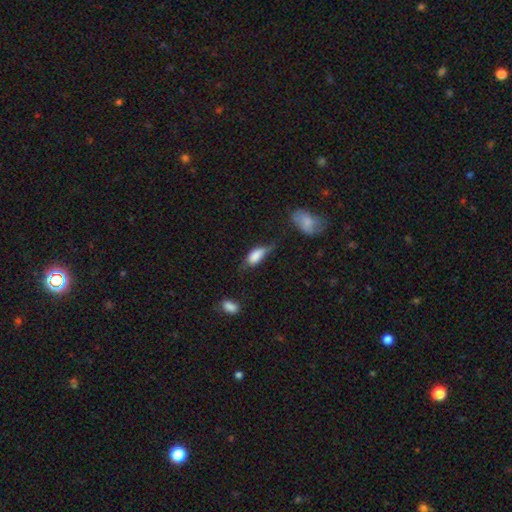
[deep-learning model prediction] Smooth or featured? smooth (75%)
How rounded? in between (82%)
Merging? minor disturbance (37%)